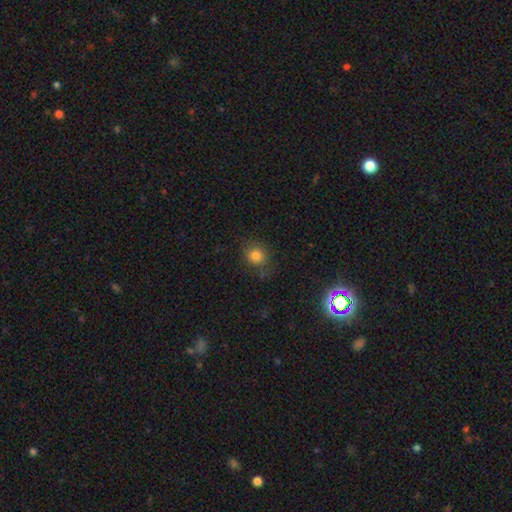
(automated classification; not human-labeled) smooth-or-featured: smooth: 79% | star or artifact: 13% | featured or disk: 8%
  how-rounded: round: 81% | in between: 18% | cigar-shaped: 1%
  merging: none: 72% | minor disturbance: 18% | major disturbance: 8% | merger: 2%